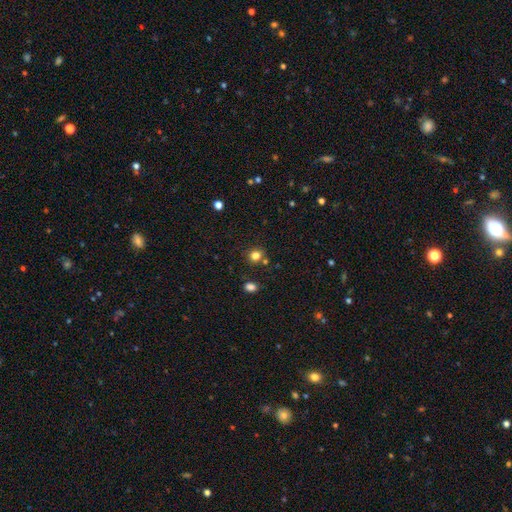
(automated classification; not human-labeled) Morphology: type=smooth (80%); roundness=round (77%); merging=none (76%).